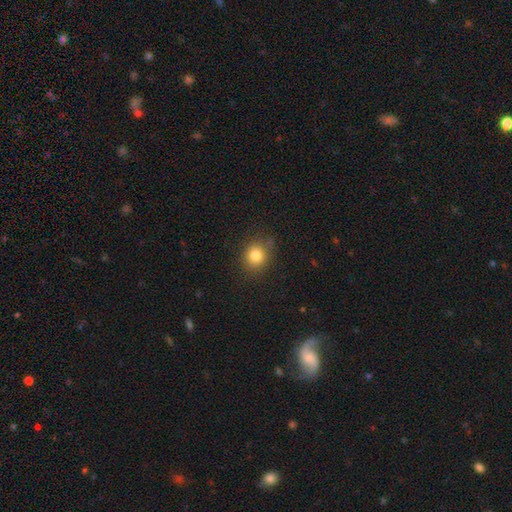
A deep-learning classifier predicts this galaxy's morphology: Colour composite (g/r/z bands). It shows a smooth galaxy with no disk features (82%) that is round (76%). Merging: none (82%).